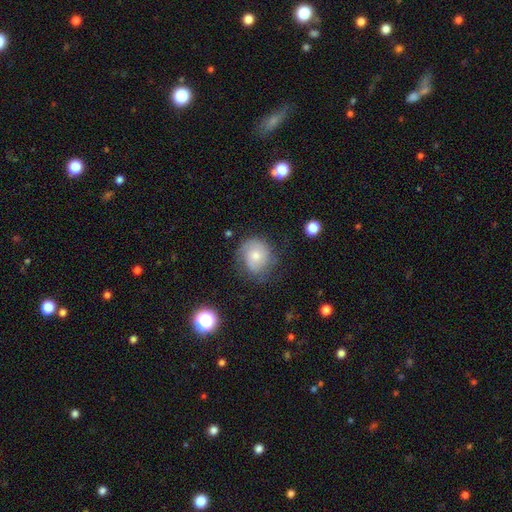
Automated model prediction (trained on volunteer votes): smooth 50%, featured or disk 41%, star or artifact 9%. Down the decision tree: how rounded — round (78%); merging — none (62%).